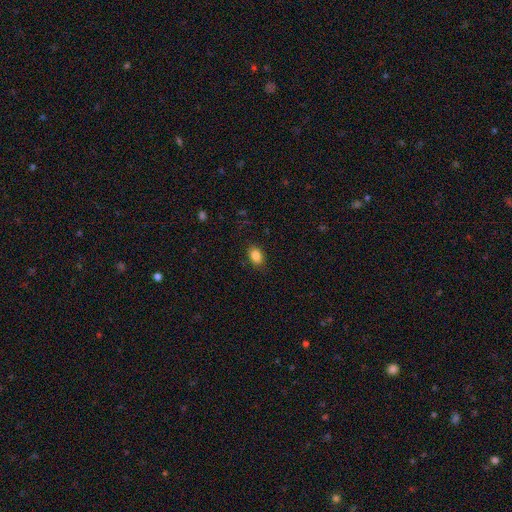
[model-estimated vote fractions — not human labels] A smooth galaxy with no disk features (86%) that is in between round and cigar-shaped (82%). Merging: none (86%).